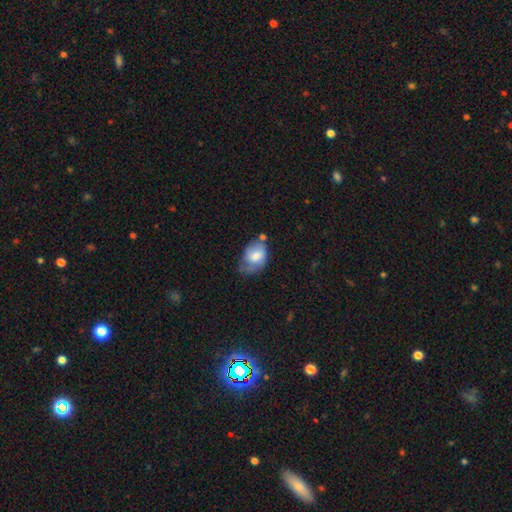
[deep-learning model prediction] This is likely a smooth galaxy (62%). How rounded: likely in between (78%). Merging: marginally minor disturbance (39%).